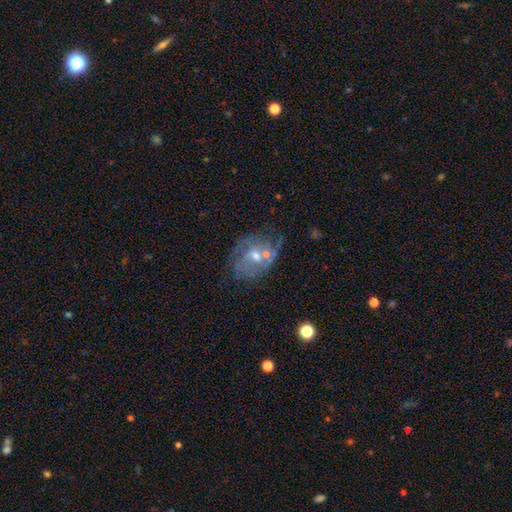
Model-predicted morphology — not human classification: A featured or disk galaxy (68%) with no bar (61%), spiral arms (73%) and a moderate central bulge (55%). Merging: none (48%).